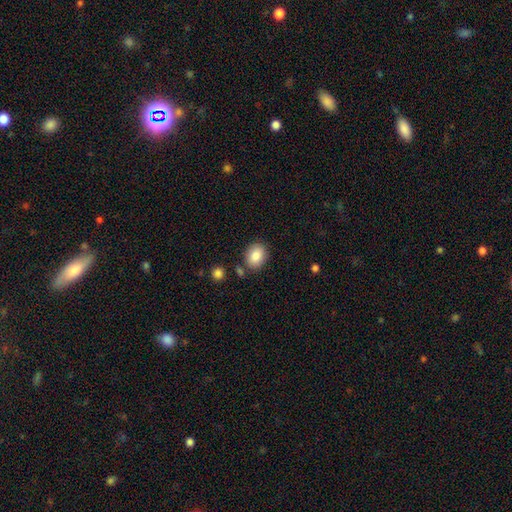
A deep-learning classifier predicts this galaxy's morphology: Smooth or featured?
  - smooth: 86% *
  - star or artifact: 8%
  - featured or disk: 6%
How rounded?
  - in between: 62% *
  - round: 37%
  - cigar-shaped: 1%
Merging?
  - none: 80% *
  - minor disturbance: 11%
  - merger: 5%
  - major disturbance: 3%